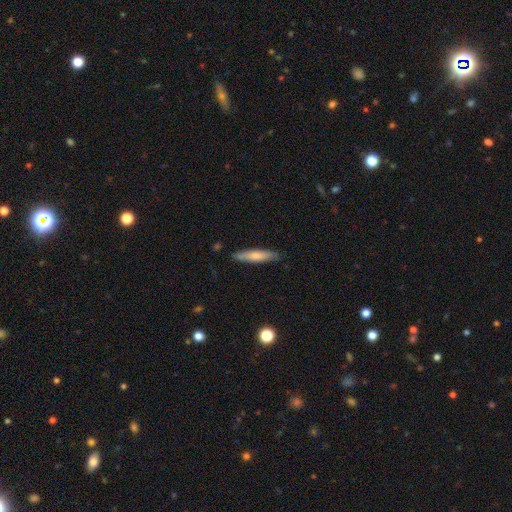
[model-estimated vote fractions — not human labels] Smooth or featured?
  - smooth: 68% *
  - featured or disk: 26%
  - star or artifact: 5%
How rounded?
  - cigar-shaped: 84% *
  - in between: 14%
  - round: 1%
Merging?
  - none: 83% *
  - minor disturbance: 13%
  - major disturbance: 2%
  - merger: 2%